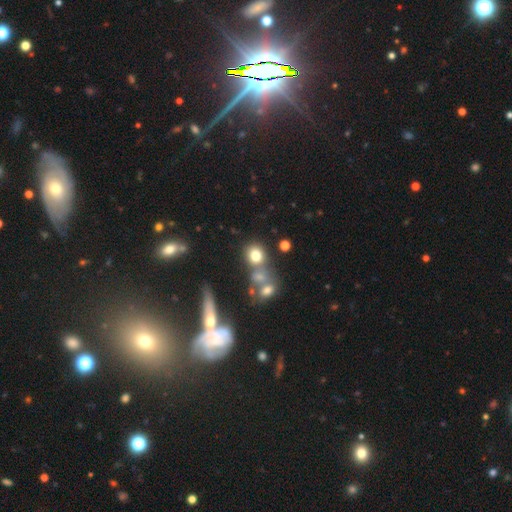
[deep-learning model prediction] This is likely a smooth galaxy (74%). How rounded: likely round (75%). Merging: possibly none (49%).